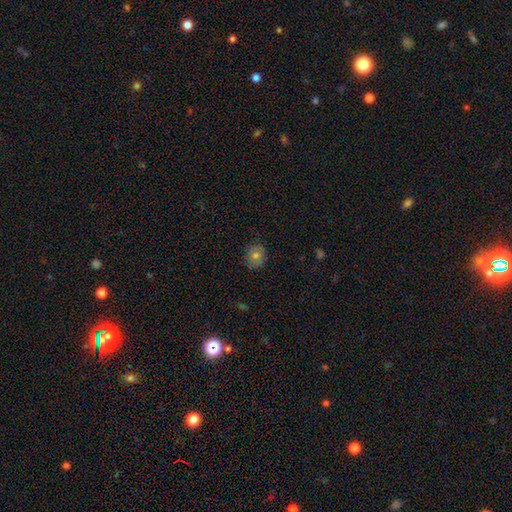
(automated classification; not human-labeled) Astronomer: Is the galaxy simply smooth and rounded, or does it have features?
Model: smooth — 74%.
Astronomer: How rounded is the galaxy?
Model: round — 81%.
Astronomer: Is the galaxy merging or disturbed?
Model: none — 82%.